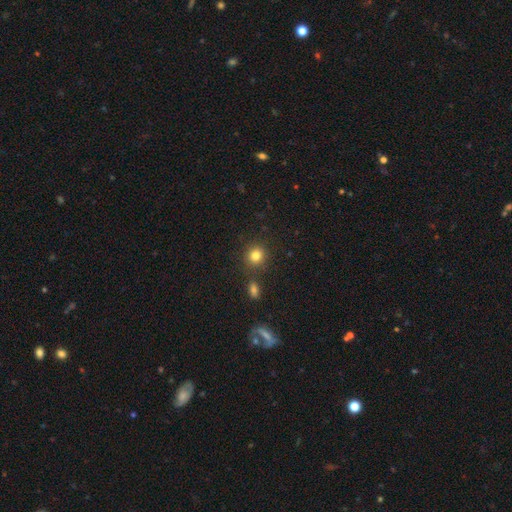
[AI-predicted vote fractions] Smooth or featured?
  - smooth: 82% *
  - star or artifact: 12%
  - featured or disk: 6%
How rounded?
  - round: 88% *
  - in between: 11%
  - cigar-shaped: 1%
Merging?
  - none: 83% *
  - minor disturbance: 8%
  - merger: 6%
  - major disturbance: 3%